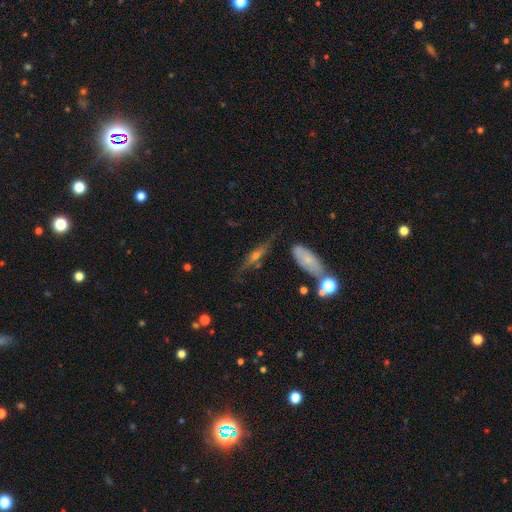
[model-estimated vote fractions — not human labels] Smooth or featured?
  - featured or disk: 62% *
  - smooth: 26%
  - star or artifact: 12%
Edge-on disk?
  - yes: 82% *
  - no: 18%
Edge-on bulge?
  - rounded: 82% *
  - none: 10%
  - boxy: 8%
Merging?
  - none: 68% *
  - minor disturbance: 19%
  - major disturbance: 8%
  - merger: 6%